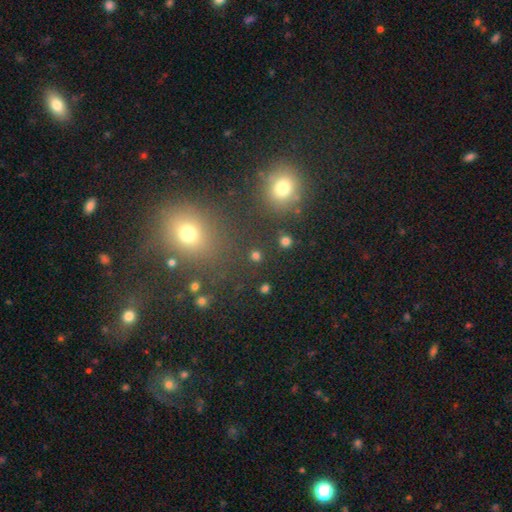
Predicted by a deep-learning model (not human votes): Morphology: type=smooth (77%); roundness=round (88%); merging=none (87%).